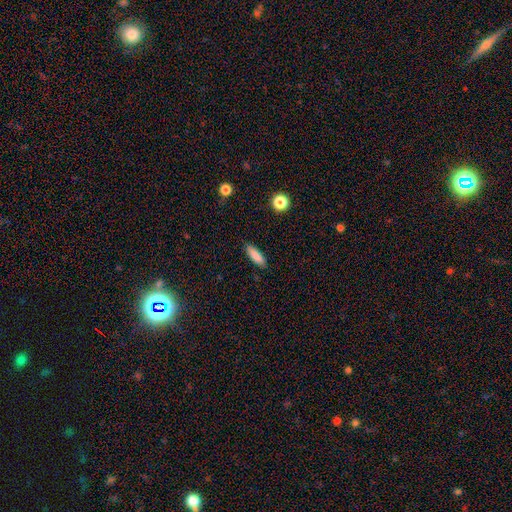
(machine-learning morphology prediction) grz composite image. It shows a smooth galaxy with no disk features (86%) that is cigar-shaped (57%). Merging: none (87%).